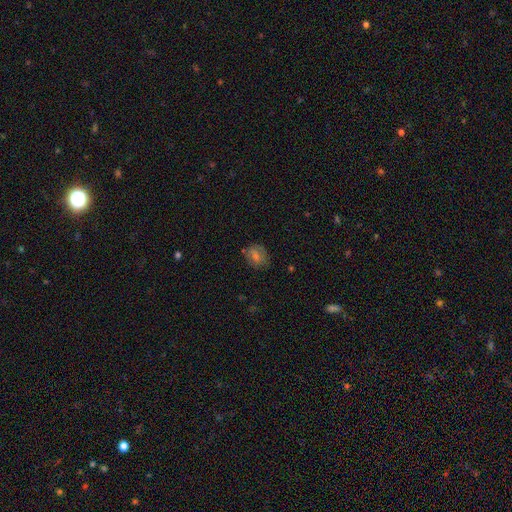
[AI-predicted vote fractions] This appears to be a smooth galaxy with no disk features (59%) that is round (62%). Merging: none (79%).